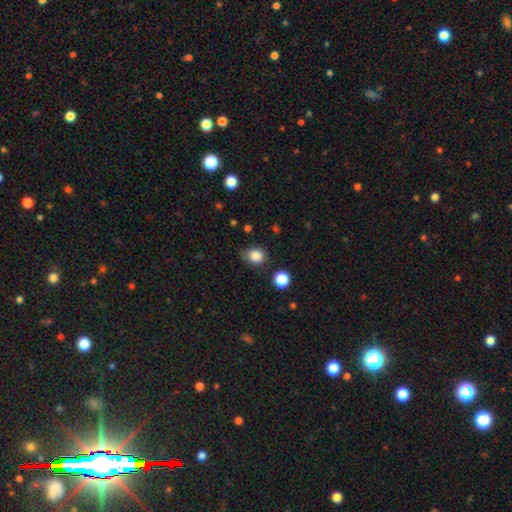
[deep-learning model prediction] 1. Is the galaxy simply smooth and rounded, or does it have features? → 85% smooth, 10% star or artifact, 4% featured or disk.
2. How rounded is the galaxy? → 67% round, 32% in between, 1% cigar-shaped.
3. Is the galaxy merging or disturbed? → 70% none, 21% minor disturbance, 5% major disturbance, 3% merger.